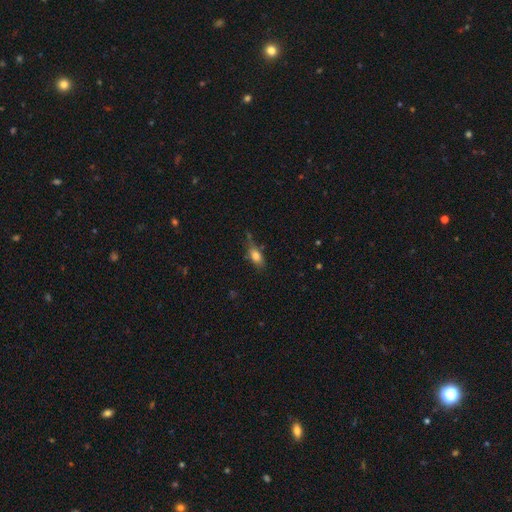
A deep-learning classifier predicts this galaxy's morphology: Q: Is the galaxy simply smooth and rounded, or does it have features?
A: smooth — 77%.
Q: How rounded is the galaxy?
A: in between — 79%.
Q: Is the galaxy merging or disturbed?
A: none — 56%.